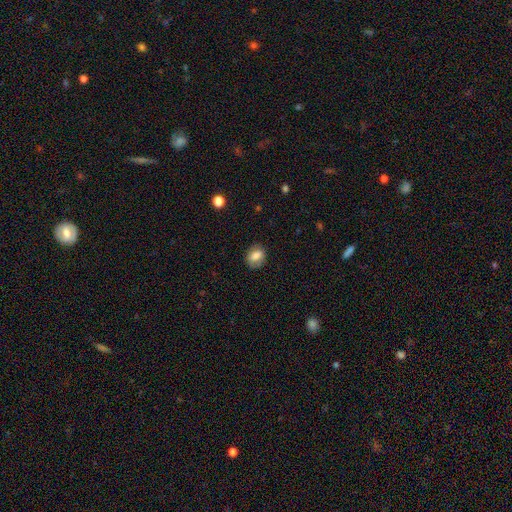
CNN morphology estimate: smooth_or_featured: smooth (p=0.77) [alt: featured or disk p=0.14]
how_rounded: in between (p=0.61) [alt: round p=0.37]
merging: none (p=0.79) [alt: minor disturbance p=0.15]